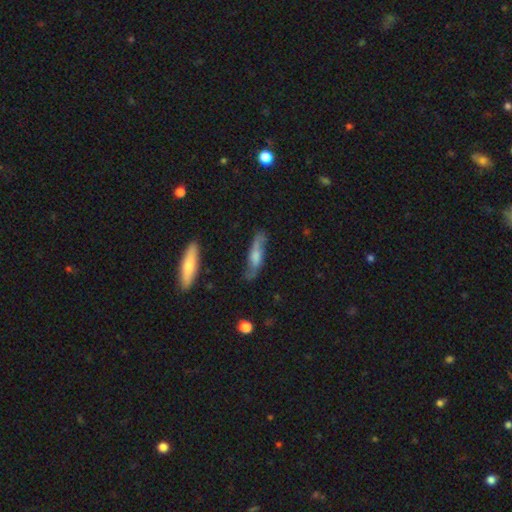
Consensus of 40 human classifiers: Smooth or featured: featured or disk — 57% (smooth — 42%)
Edge-on disk: yes — 70% (no — 30%)
Edge-on bulge: rounded — 56% (boxy — 25%)
Merging: none — 78% (minor disturbance — 12%)